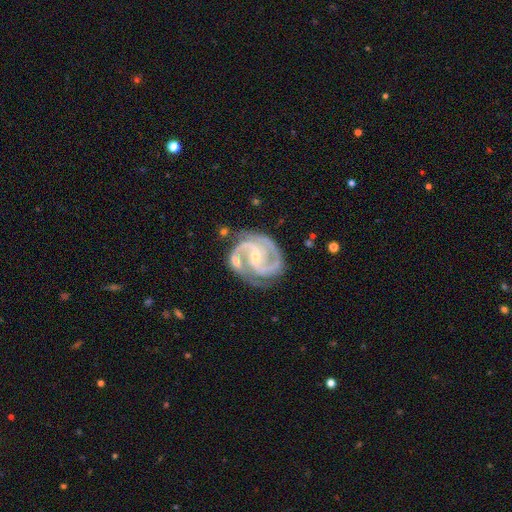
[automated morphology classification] type=featured or disk (93%); edge-on=no (98%); bar=weak (40%); spiral arms=yes (99%); winding=medium (51%); arm count=2 (70%); bulge=small (66%); merging=none (62%).